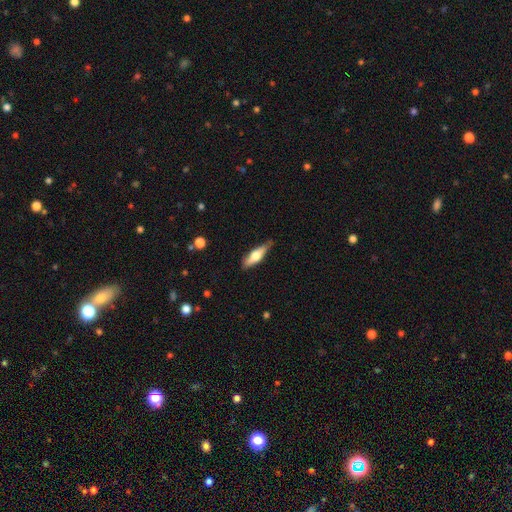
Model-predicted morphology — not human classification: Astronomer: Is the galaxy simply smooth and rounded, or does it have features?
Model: smooth — 50% (runner-up: featured or disk, 44%).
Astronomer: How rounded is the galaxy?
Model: cigar-shaped — 60% (runner-up: in between, 38%).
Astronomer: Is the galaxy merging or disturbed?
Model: none — 78%.